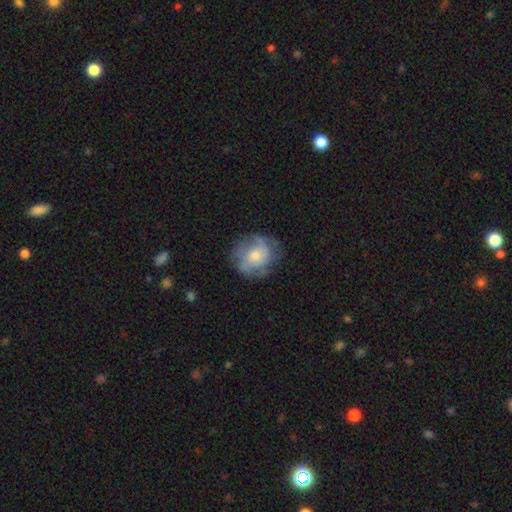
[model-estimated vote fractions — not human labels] A featured or disk galaxy (47%).

Vote fractions:
- Smooth or featured? featured or disk: 47% / smooth: 45% / star or artifact: 7%
- Merging? none: 64% / minor disturbance: 23% / major disturbance: 12% / merger: 2%